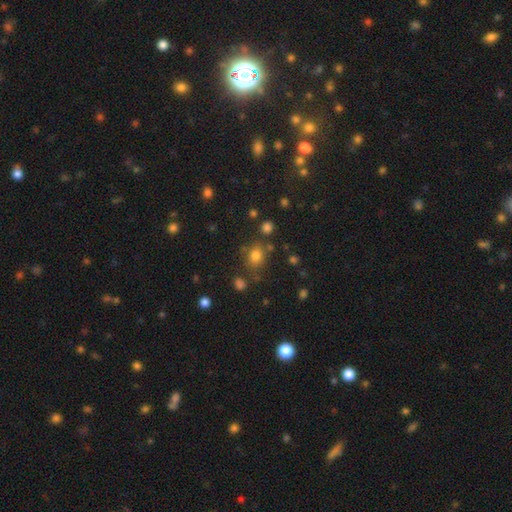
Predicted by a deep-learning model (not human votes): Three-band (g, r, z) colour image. It shows a smooth galaxy with no disk features (77%) that is round (67%). Merging: none (73%).